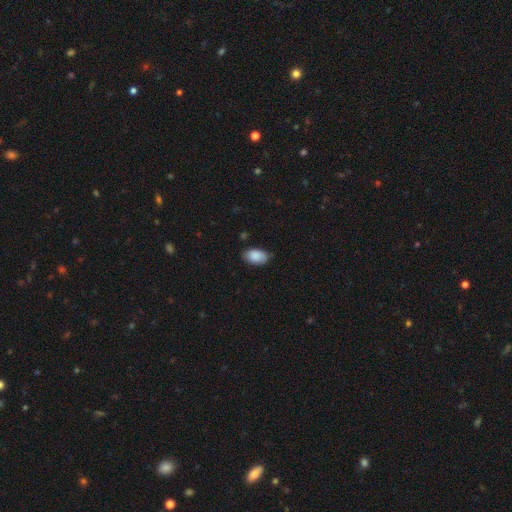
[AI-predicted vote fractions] smooth_or_featured: smooth (p=0.87) [alt: star or artifact p=0.06]
how_rounded: in between (p=0.93) [alt: round p=0.06]
merging: none (p=0.80) [alt: minor disturbance p=0.16]